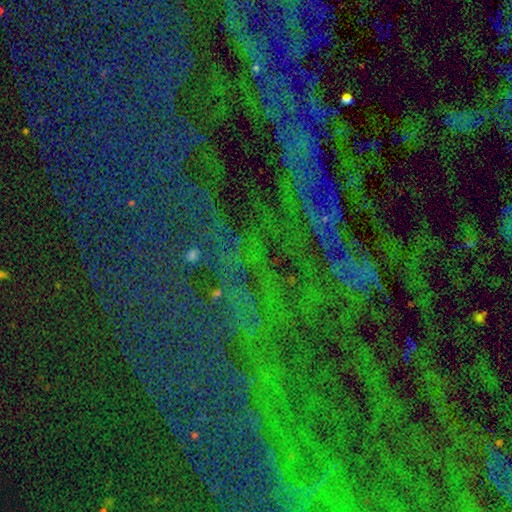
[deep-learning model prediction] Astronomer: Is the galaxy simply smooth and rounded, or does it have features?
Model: star or artifact — 81%.